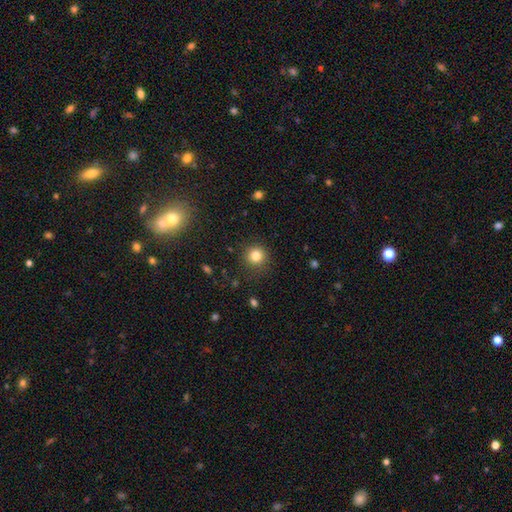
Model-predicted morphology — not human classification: Overall: smooth (82%). How rounded: round (93%). Merging: none (88%).